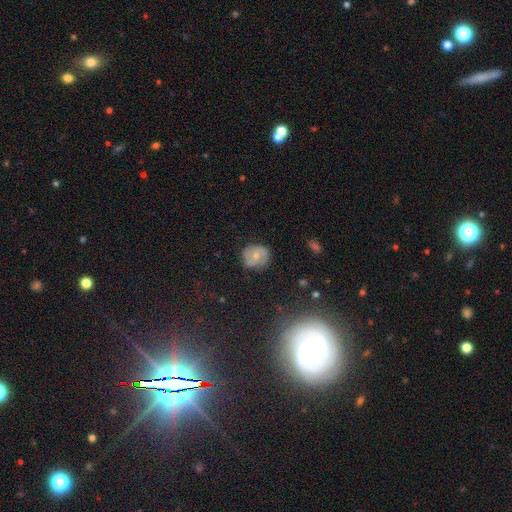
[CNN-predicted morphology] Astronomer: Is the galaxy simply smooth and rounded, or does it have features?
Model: featured or disk — 62%.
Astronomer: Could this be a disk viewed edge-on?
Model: no — 97%.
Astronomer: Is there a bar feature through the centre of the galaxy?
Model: no — 56% (runner-up: weak, 35%).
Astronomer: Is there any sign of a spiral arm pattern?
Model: yes — 85%.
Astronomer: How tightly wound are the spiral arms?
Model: medium — 46% (runner-up: tight, 34%).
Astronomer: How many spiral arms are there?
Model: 2 — 81%.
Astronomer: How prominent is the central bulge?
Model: moderate — 50% (runner-up: small, 45%).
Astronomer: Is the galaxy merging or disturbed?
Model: none — 77%.